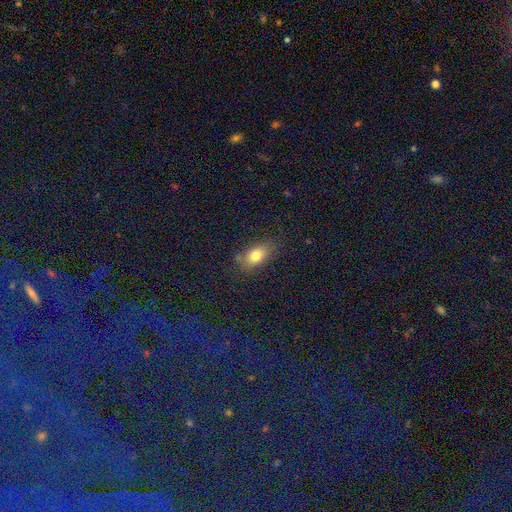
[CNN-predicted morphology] This is likely a smooth galaxy (77%). How rounded: clearly in between (81%). Merging: likely none (75%).